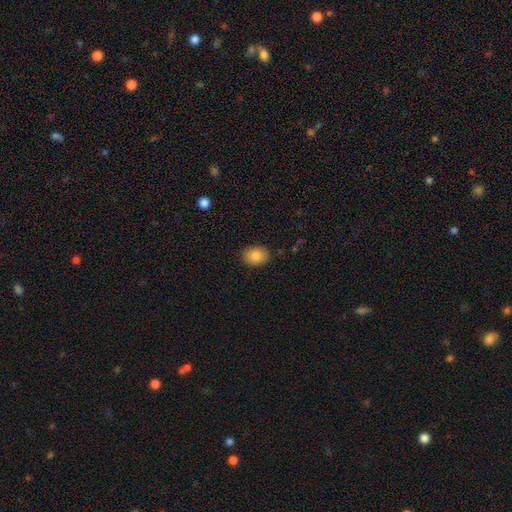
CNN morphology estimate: smooth 85%, star or artifact 8%, featured or disk 7%. Down the decision tree: how rounded — in between (62%); merging — none (88%).